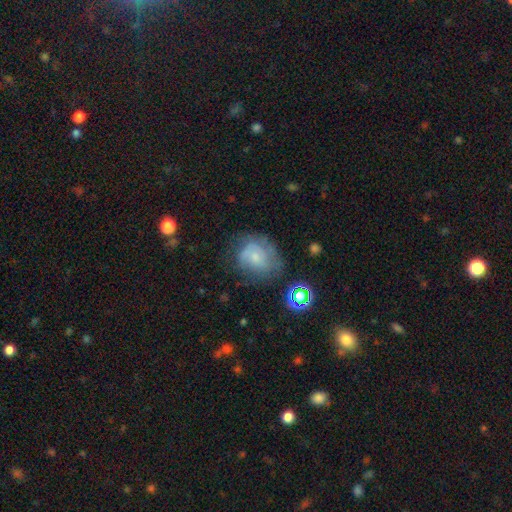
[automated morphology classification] A smooth galaxy with no disk features (47%). Merging: none (53%).